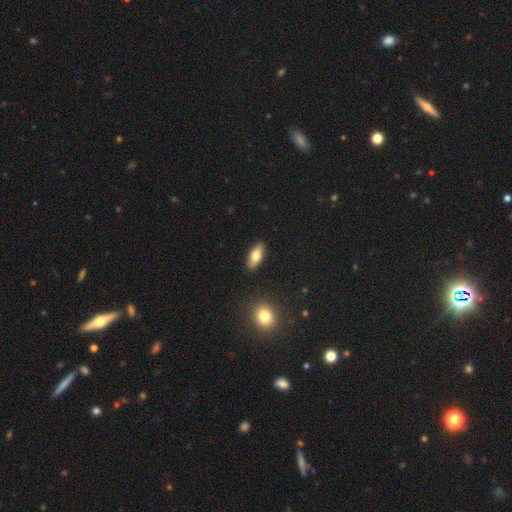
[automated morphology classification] Smooth or featured?
  - smooth: 73% *
  - featured or disk: 20%
  - star or artifact: 6%
How rounded?
  - in between: 80% *
  - cigar-shaped: 17%
  - round: 3%
Merging?
  - none: 89% *
  - minor disturbance: 8%
  - major disturbance: 2%
  - merger: 2%